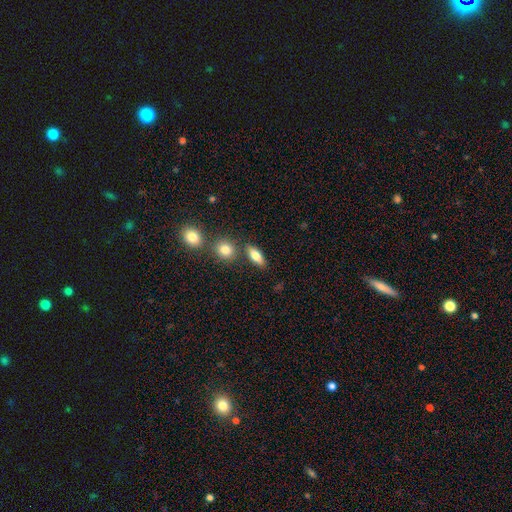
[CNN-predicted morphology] This is likely a smooth galaxy (76%). How rounded: likely in between (73%). Merging: likely none (78%).